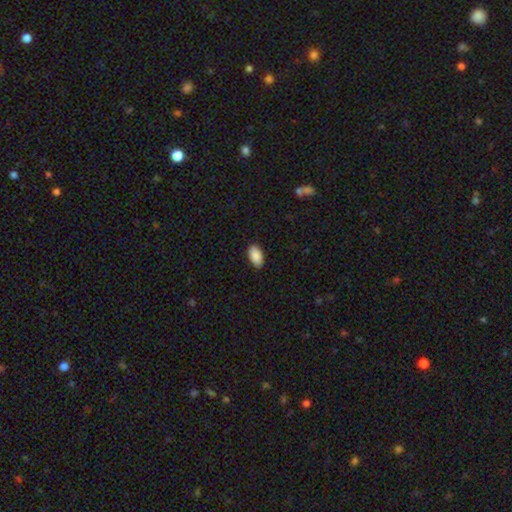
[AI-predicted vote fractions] Smooth or featured? Predicted: smooth (p=0.90). How rounded? Predicted: in between (p=0.95). Merging? Predicted: none (p=0.88).